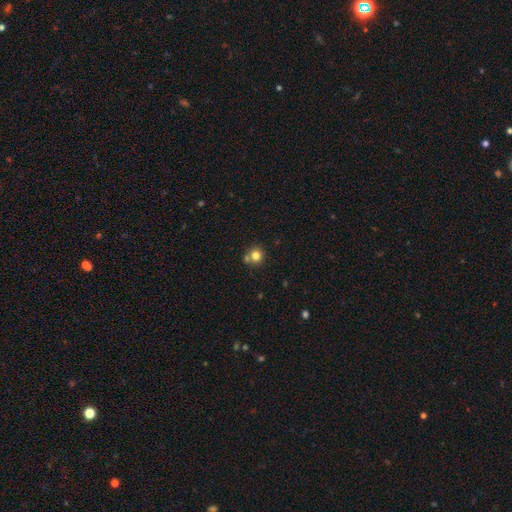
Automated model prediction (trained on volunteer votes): This is likely a smooth galaxy (79%). How rounded: clearly round (90%). Merging: likely none (62%).